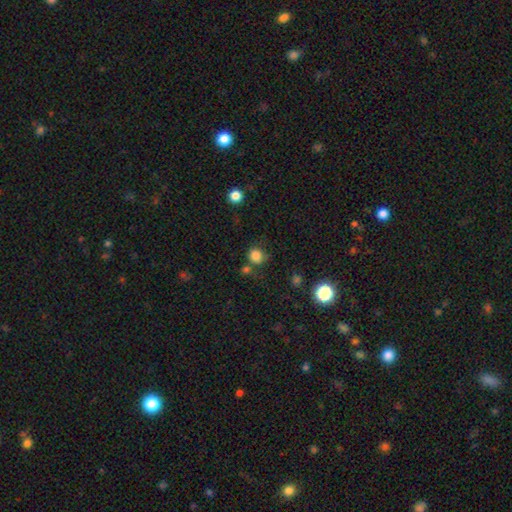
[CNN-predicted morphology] A smooth galaxy with no disk features (82%) that is round (80%). Merging: none (65%).